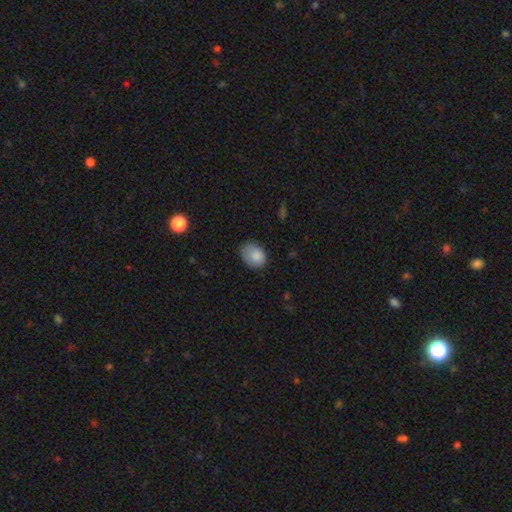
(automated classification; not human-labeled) This appears to be a smooth galaxy with no disk features (85%) that is in between round and cigar-shaped (64%). Merging: none (61%).